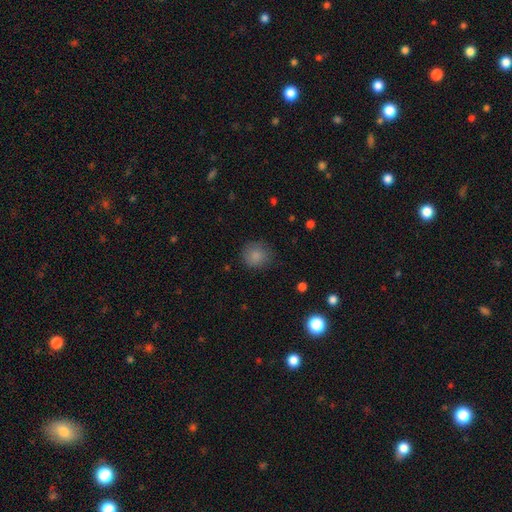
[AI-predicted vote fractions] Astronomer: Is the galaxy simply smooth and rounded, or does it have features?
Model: smooth — 85%.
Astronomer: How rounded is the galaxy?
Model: round — 87%.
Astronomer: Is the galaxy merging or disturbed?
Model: none — 80%.